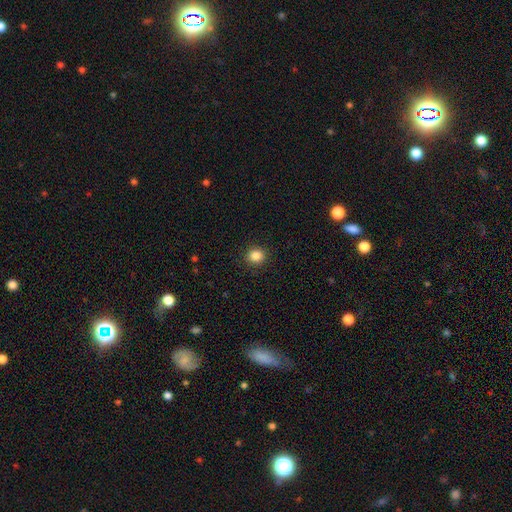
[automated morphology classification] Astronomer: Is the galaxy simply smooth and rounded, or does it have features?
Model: smooth — 85%.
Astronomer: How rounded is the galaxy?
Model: round — 83%.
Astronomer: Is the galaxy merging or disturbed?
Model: none — 91%.